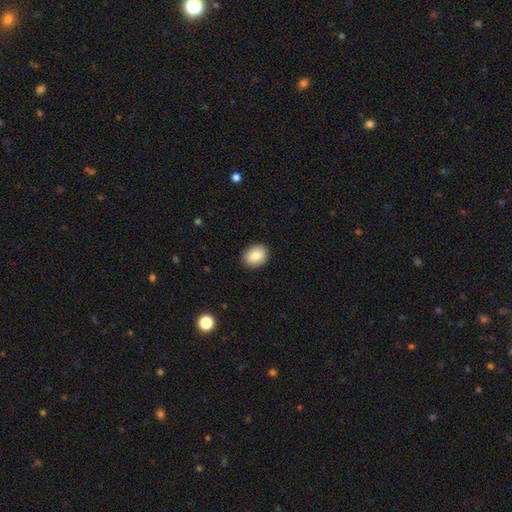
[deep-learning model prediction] Morphology: type=smooth (85%); roundness=in between (50%); merging=none (90%).